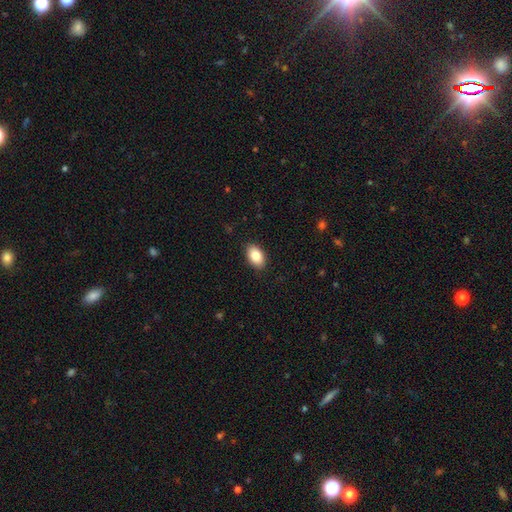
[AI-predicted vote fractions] Smooth or featured?
  - smooth: 85% *
  - featured or disk: 8%
  - star or artifact: 7%
How rounded?
  - in between: 90% *
  - round: 9%
  - cigar-shaped: 1%
Merging?
  - none: 89% *
  - minor disturbance: 8%
  - major disturbance: 2%
  - merger: 1%